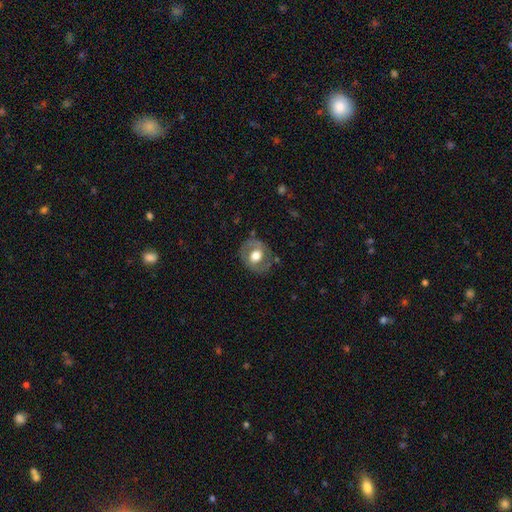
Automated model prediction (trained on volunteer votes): Smooth or featured? smooth (48%)
Merging? none (74%)